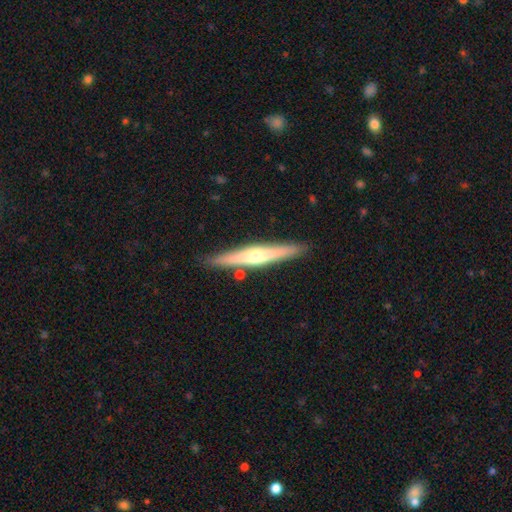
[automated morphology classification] Smooth or featured?
  - featured or disk: 64% *
  - smooth: 31%
  - star or artifact: 6%
Edge-on disk?
  - yes: 97% *
  - no: 3%
Edge-on bulge?
  - rounded: 84% *
  - none: 10%
  - boxy: 6%
Merging?
  - none: 88% *
  - minor disturbance: 8%
  - merger: 3%
  - major disturbance: 2%